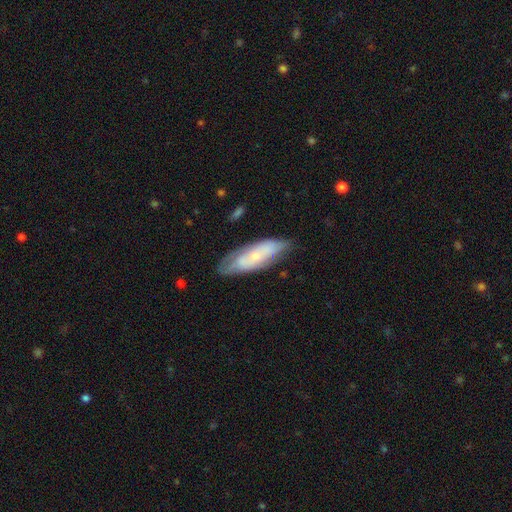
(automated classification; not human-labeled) Overall: featured or disk (52%; smooth 41%). Edge-on disk: no (77%). Merging: none (68%).